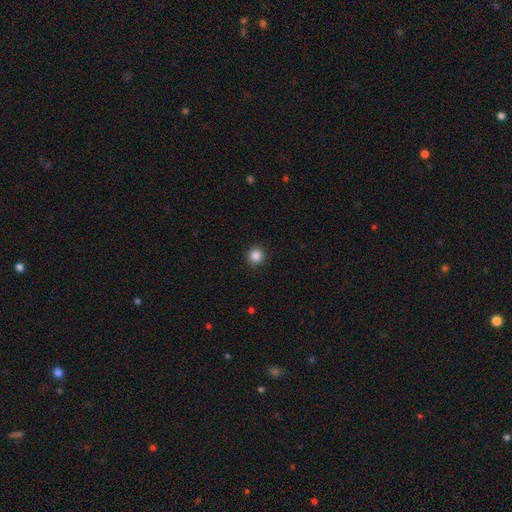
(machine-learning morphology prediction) Overall: smooth (86%). How rounded: round (94%). Merging: none (92%).